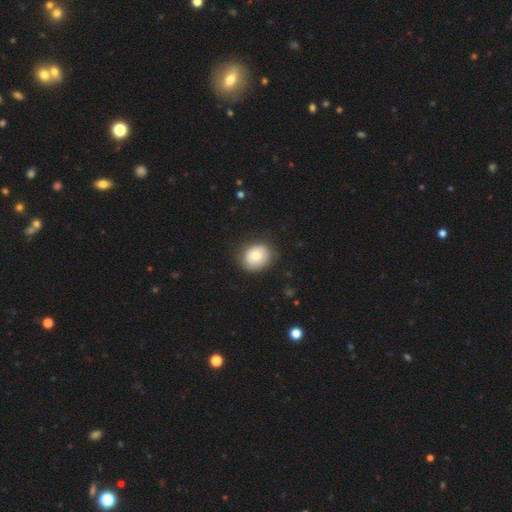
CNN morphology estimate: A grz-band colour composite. It shows a smooth galaxy with no disk features (77%) that is round (63%). Merging: none (81%).